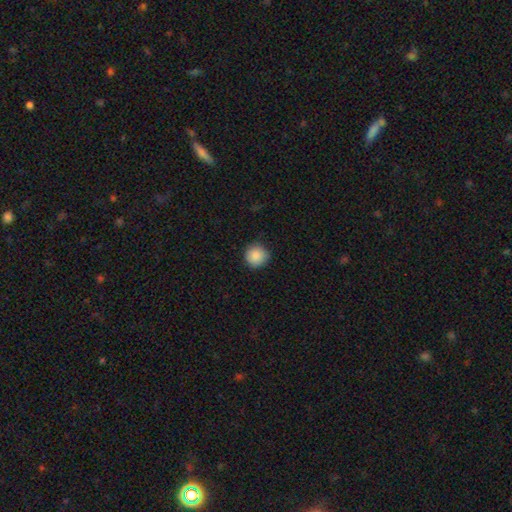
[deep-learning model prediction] This is clearly a smooth galaxy (88%). How rounded: clearly round (95%). Merging: clearly none (89%).